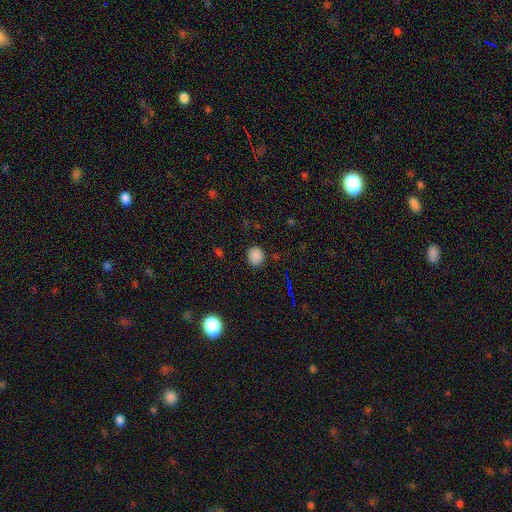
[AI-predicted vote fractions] smooth-or-featured: smooth: 85% | star or artifact: 12% | featured or disk: 3%
  how-rounded: round: 75% | in between: 24% | cigar-shaped: 1%
  merging: none: 86% | minor disturbance: 10% | major disturbance: 3% | merger: 1%